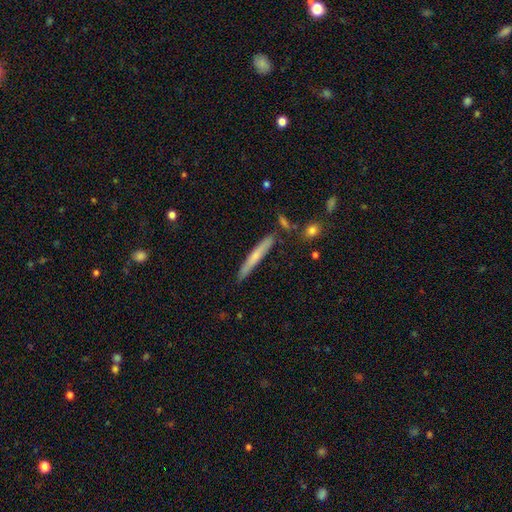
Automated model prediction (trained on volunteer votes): This appears to be a smooth galaxy with no disk features (54%) that is cigar-shaped (96%). Merging: none (82%).